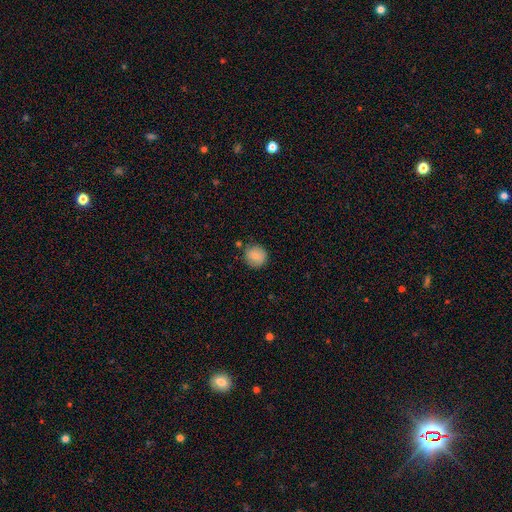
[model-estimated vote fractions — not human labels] smooth_or_featured: smooth (p=0.82) [alt: featured or disk p=0.10]
how_rounded: round (p=0.90) [alt: in between p=0.09]
merging: none (p=0.80) [alt: minor disturbance p=0.13]